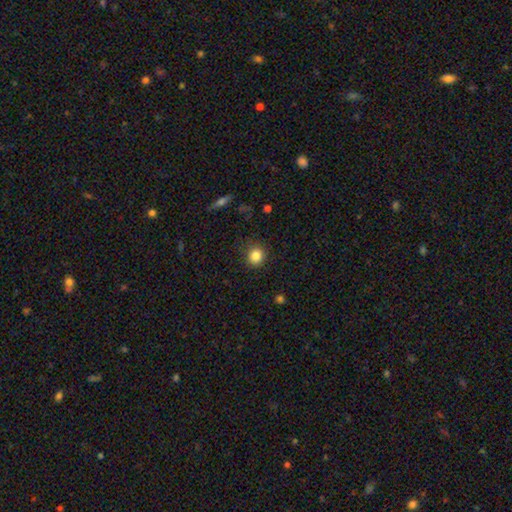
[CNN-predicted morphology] Smooth or featured: smooth — 85% (star or artifact — 11%)
How rounded: round — 86% (in between — 13%)
Merging: none — 86% (minor disturbance — 10%)